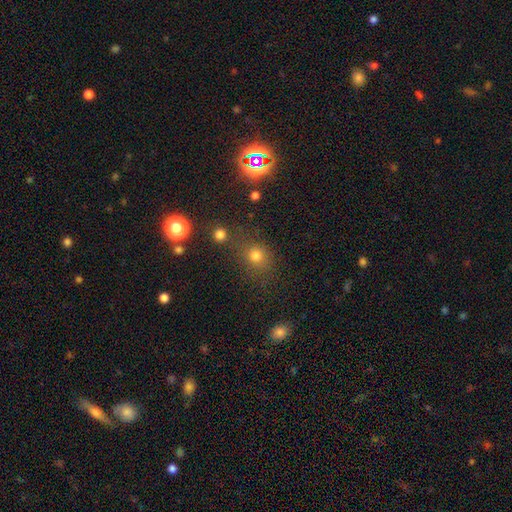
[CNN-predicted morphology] A smooth galaxy with no disk features (70%) that is round (79%).

Vote fractions:
- Smooth or featured? smooth: 70% / star or artifact: 22% / featured or disk: 8%
- How rounded? round: 79% / in between: 20% / cigar-shaped: 1%
- Merging? none: 72% / minor disturbance: 12% / merger: 9% / major disturbance: 7%